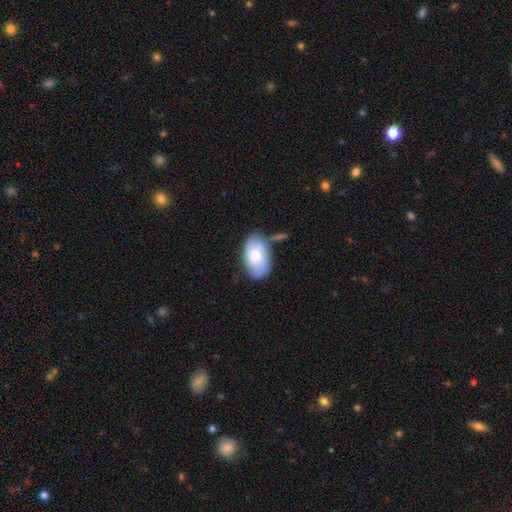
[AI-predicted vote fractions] Smooth or featured: smooth — 65% (featured or disk — 29%)
How rounded: in between — 92% (round — 7%)
Merging: none — 55% (minor disturbance — 24%)